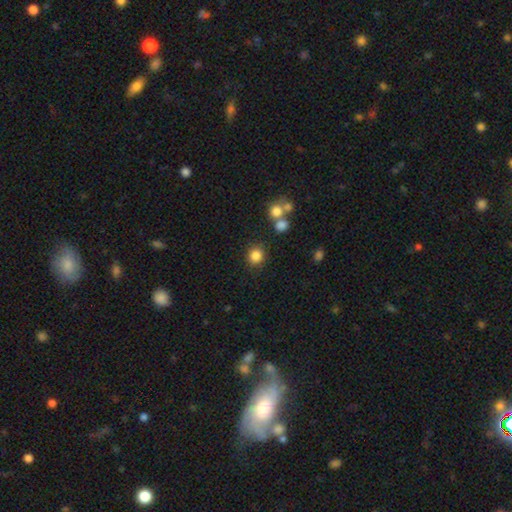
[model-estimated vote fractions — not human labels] smooth_or_featured: smooth (p=0.84) [alt: star or artifact p=0.11]
how_rounded: round (p=0.87) [alt: in between p=0.12]
merging: none (p=0.83) [alt: minor disturbance p=0.09]